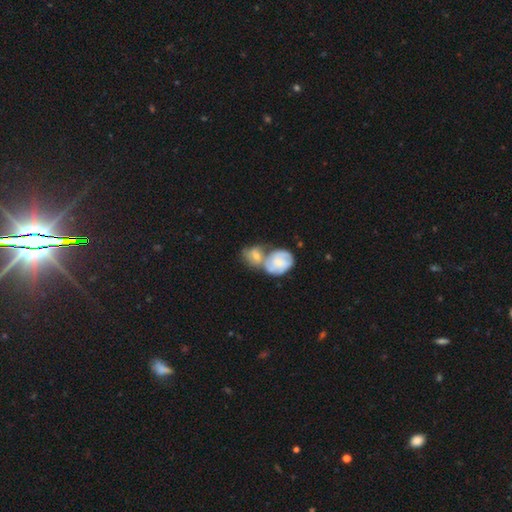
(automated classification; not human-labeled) A smooth galaxy with no disk features (47%).

Vote fractions:
- Smooth or featured? smooth: 47% / featured or disk: 46% / star or artifact: 8%
- Merging? merger: 64% / none: 22% / minor disturbance: 9% / major disturbance: 5%